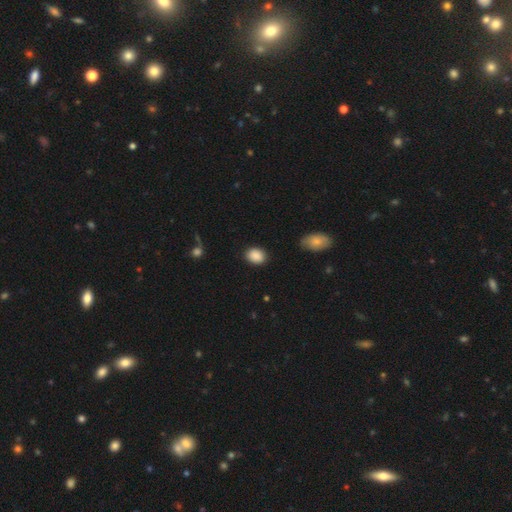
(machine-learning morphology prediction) This appears to be a smooth galaxy with no disk features (88%) that is in between round and cigar-shaped (55%). Merging: none (87%).